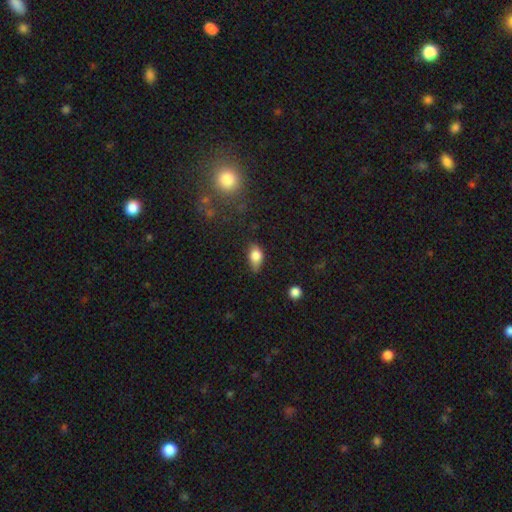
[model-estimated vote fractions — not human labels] The model was most divided on "merging": none: 61%, minor disturbance: 30%, major disturbance: 7%, merger: 2%. More confident: how rounded — in between (84%); smooth or featured — smooth (77%).